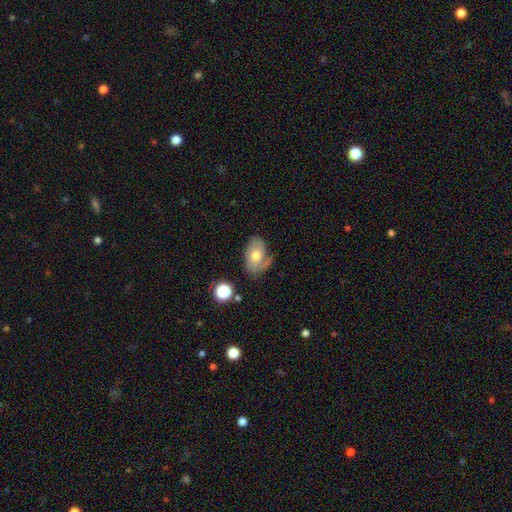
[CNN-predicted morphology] Q: Smooth or featured?
A: smooth (59%); runner-up: featured or disk (32%)
Q: How rounded?
A: in between (82%); runner-up: round (17%)
Q: Merging?
A: none (53%); runner-up: minor disturbance (28%)